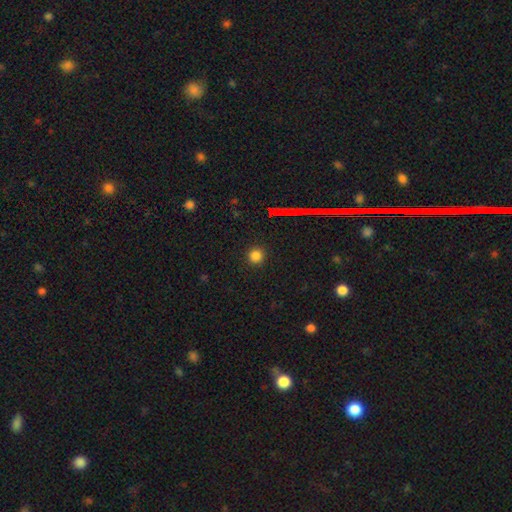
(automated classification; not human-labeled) Overall: smooth (82%). How rounded: round (94%). Merging: none (92%).